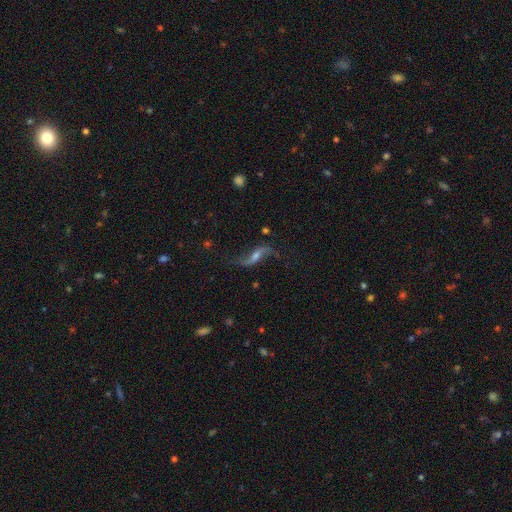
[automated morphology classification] Smooth or featured?
  - featured or disk: 82% *
  - smooth: 11%
  - star or artifact: 7%
Edge-on disk?
  - no: 86% *
  - yes: 14%
Bar?
  - weak: 37% * (tied)
  - no: 37% * (tied)
  - strong: 26%
Spiral arms?
  - yes: 93% *
  - no: 7%
Spiral winding?
  - loose: 94% *
  - medium: 4%
  - tight: 2%
Spiral arm count?
  - 2: 93% *
  - 1: 3%
  - can't tell: 2%
  - 3: 1%
  - 4: 1%
  - more than 4: 1%
Bulge size?
  - small: 41% *
  - moderate: 40%
  - none: 12%
  - large: 5%
  - dominant: 2%
Merging?
  - none: 68% *
  - minor disturbance: 17%
  - major disturbance: 11%
  - merger: 3%